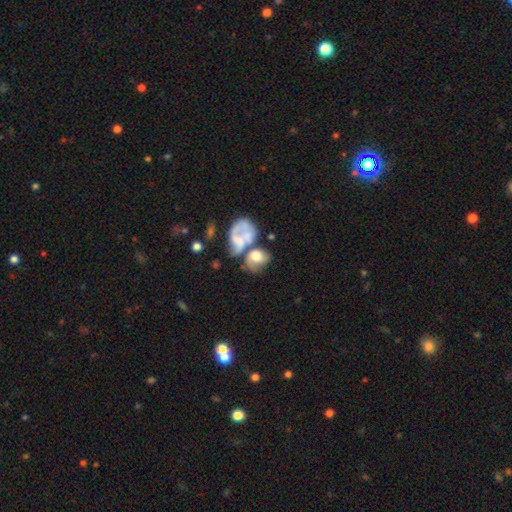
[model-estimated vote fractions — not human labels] The model was most divided on "smooth or featured": smooth: 49%, featured or disk: 42%, star or artifact: 9%. More confident: merging — merger (53%).